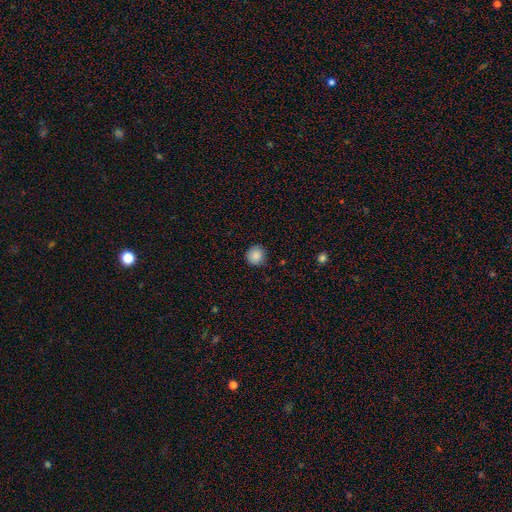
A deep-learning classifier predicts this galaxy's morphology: The model was most divided on "merging": none: 82%, minor disturbance: 14%, major disturbance: 2%, merger: 1%. More confident: how rounded — round (92%); smooth or featured — smooth (86%).